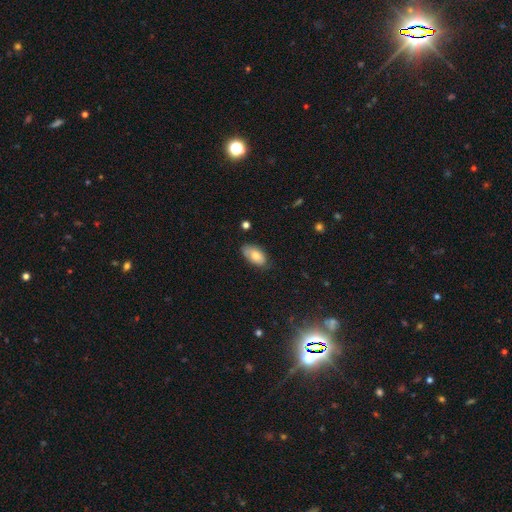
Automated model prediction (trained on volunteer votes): The model was most divided on "merging": none: 69%, minor disturbance: 24%, major disturbance: 4%, merger: 2%. More confident: how rounded — in between (94%); smooth or featured — smooth (75%).